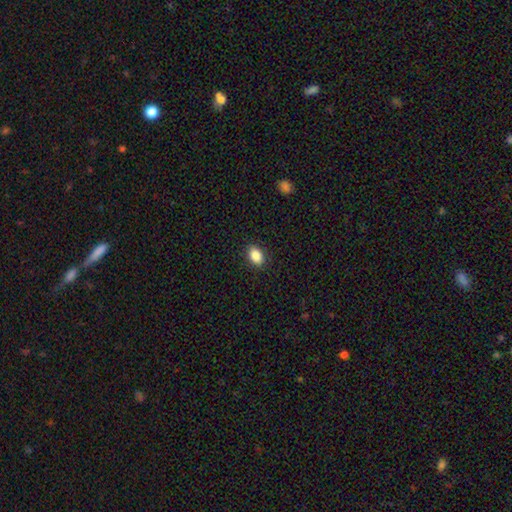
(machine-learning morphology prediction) Smooth or featured? smooth (88%)
How rounded? in between (84%)
Merging? none (89%)